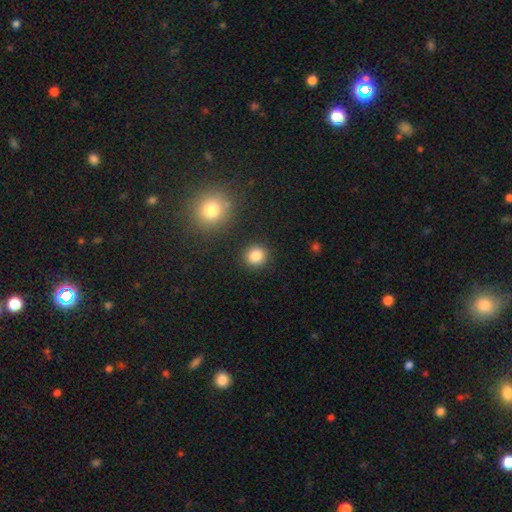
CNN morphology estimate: smooth_or_featured: smooth (p=0.85) [alt: star or artifact p=0.11]
how_rounded: round (p=0.89) [alt: in between p=0.10]
merging: none (p=0.89) [alt: minor disturbance p=0.06]